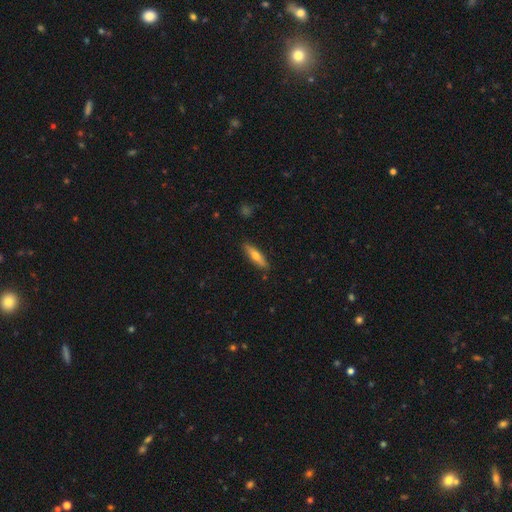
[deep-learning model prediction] A smooth galaxy with no disk features (60%) that is cigar-shaped (69%).

Vote fractions:
- Smooth or featured? smooth: 60% / featured or disk: 34% / star or artifact: 6%
- How rounded? cigar-shaped: 69% / in between: 29% / round: 2%
- Merging? none: 88% / minor disturbance: 9% / major disturbance: 2% / merger: 1%